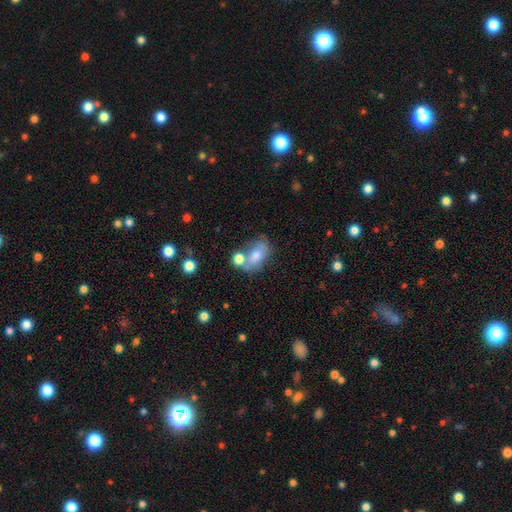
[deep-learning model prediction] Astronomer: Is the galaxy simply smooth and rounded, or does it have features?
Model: smooth — 66%.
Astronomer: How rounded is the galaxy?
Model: in between — 84%.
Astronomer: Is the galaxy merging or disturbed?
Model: merger — 38% (runner-up: none, 34%).